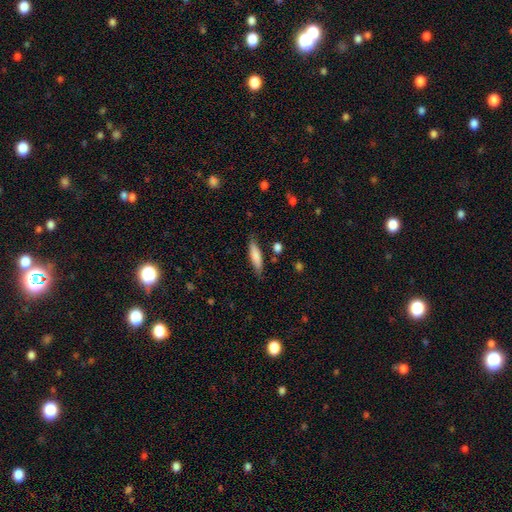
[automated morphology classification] smooth-or-featured: smooth: 80% | featured or disk: 14% | star or artifact: 6%
  how-rounded: cigar-shaped: 70% | in between: 29% | round: 2%
  merging: none: 81% | minor disturbance: 14% | major disturbance: 3% | merger: 2%